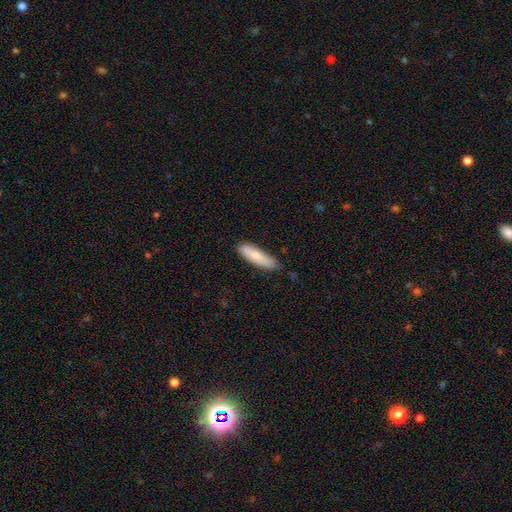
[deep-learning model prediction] Overall: smooth (82%). How rounded: cigar-shaped (71%). Merging: none (77%).